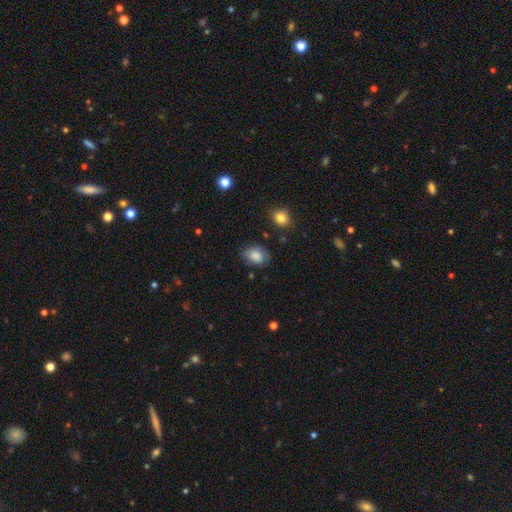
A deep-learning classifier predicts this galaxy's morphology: Overall: smooth (83%). How rounded: in between (72%). Merging: none (74%).